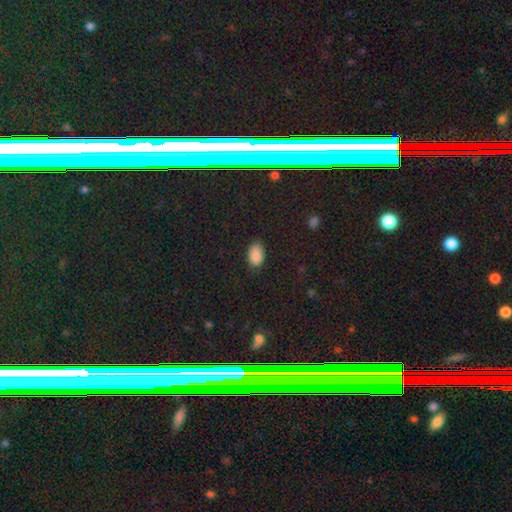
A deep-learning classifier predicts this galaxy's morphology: This is clearly a smooth galaxy (86%). How rounded: clearly in between (90%). Merging: likely none (79%).